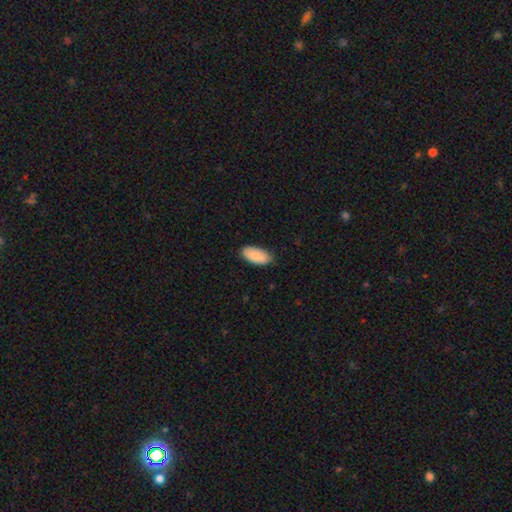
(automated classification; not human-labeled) A smooth galaxy with no disk features (85%) that is in between round and cigar-shaped (95%).

Vote fractions:
- Smooth or featured? smooth: 85% / featured or disk: 10% / star or artifact: 6%
- How rounded? in between: 95% / cigar-shaped: 3% / round: 2%
- Merging? none: 83% / minor disturbance: 14% / major disturbance: 2% / merger: 1%